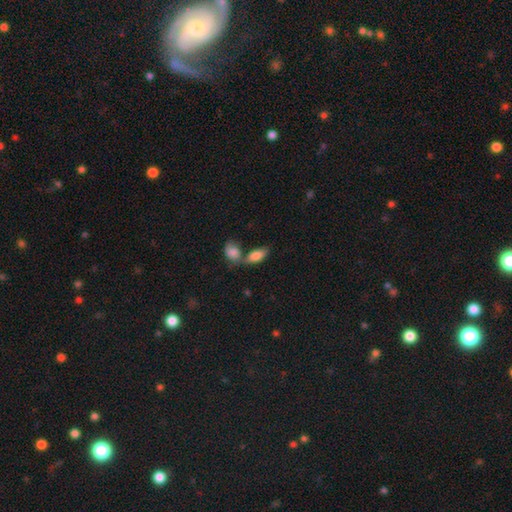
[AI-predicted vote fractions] Smooth or featured?
  - smooth: 82% *
  - featured or disk: 11%
  - star or artifact: 7%
How rounded?
  - in between: 86% *
  - cigar-shaped: 10%
  - round: 4%
Merging?
  - none: 44% *
  - merger: 40%
  - minor disturbance: 12%
  - major disturbance: 4%